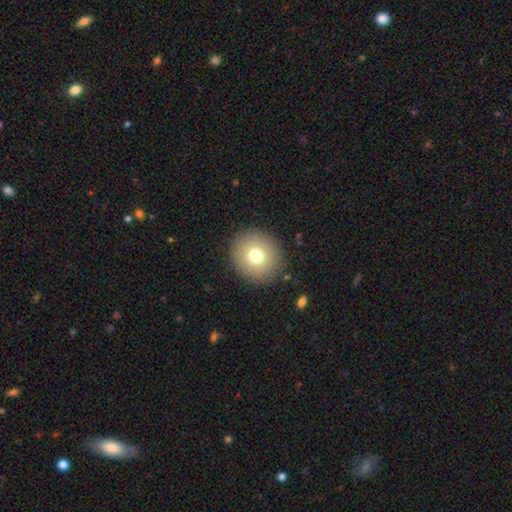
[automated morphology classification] Smooth or featured: smooth — 75% (featured or disk — 14%)
How rounded: round — 87% (in between — 12%)
Merging: none — 89% (minor disturbance — 7%)